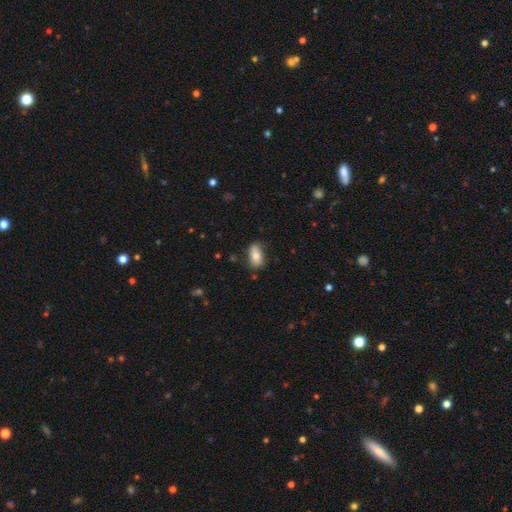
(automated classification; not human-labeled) This is likely a smooth galaxy (75%). How rounded: clearly in between (89%). Merging: likely none (74%).